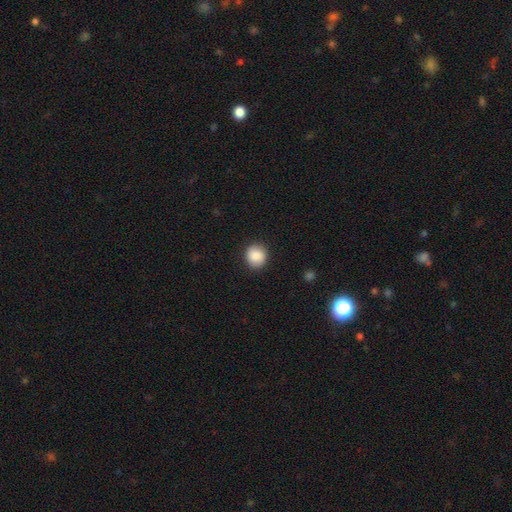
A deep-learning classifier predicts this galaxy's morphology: The model was most divided on "how rounded": round: 85%, in between: 14%, cigar-shaped: 1%. More confident: merging — none (90%); smooth or featured — smooth (88%).